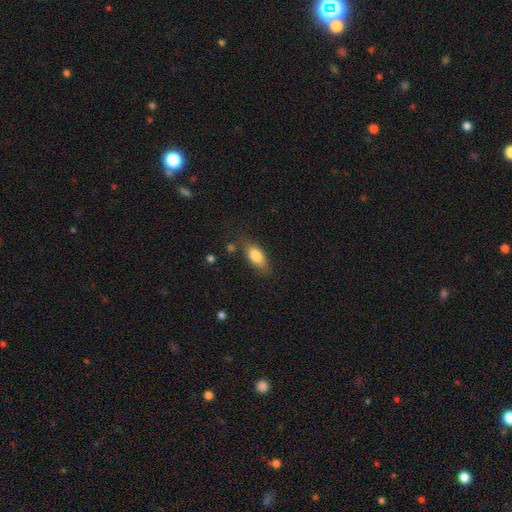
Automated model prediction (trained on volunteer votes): Q: Smooth or featured?
A: smooth (79%); runner-up: featured or disk (14%)
Q: How rounded?
A: in between (80%); runner-up: cigar-shaped (16%)
Q: Merging?
A: none (72%); runner-up: minor disturbance (19%)